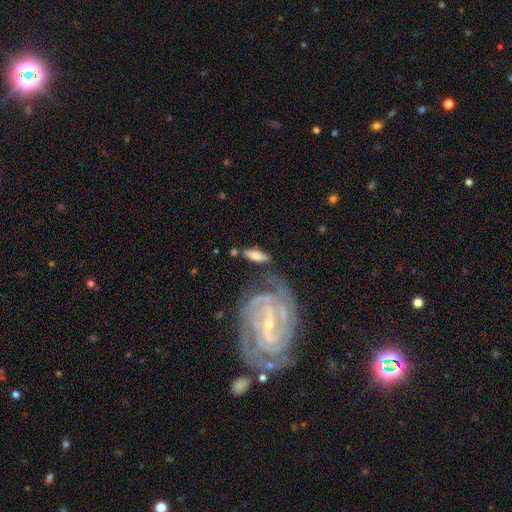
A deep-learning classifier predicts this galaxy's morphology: A smooth galaxy with no disk features (65%) that is in between round and cigar-shaped (63%).

Vote fractions:
- Smooth or featured? smooth: 65% / featured or disk: 29% / star or artifact: 6%
- How rounded? in between: 63% / cigar-shaped: 33% / round: 3%
- Merging? none: 63% / minor disturbance: 19% / merger: 10% / major disturbance: 9%